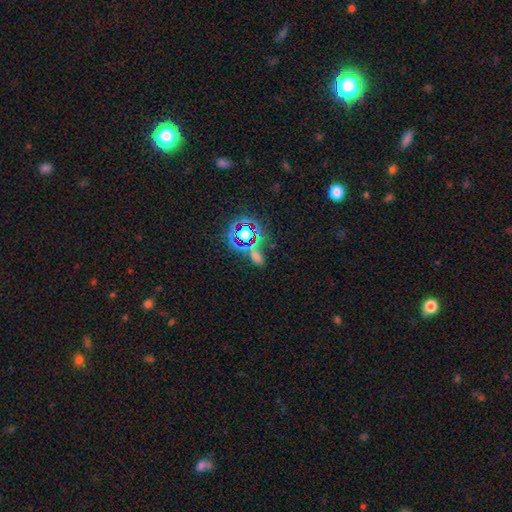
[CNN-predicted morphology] smooth 46%, star or artifact 44%, featured or disk 9%. Down the decision tree: merging — none (62%).